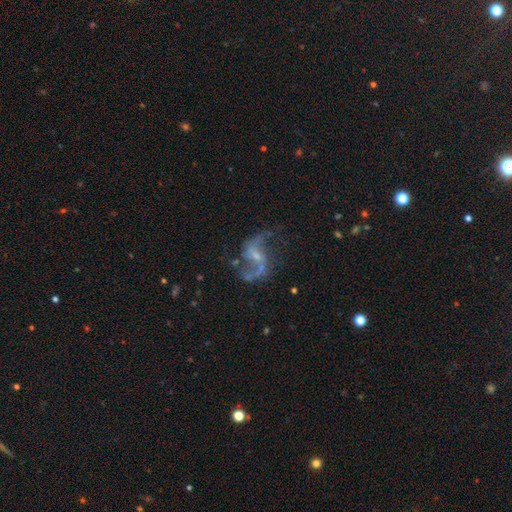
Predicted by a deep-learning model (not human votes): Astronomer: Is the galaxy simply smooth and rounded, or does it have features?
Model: featured or disk — 89%.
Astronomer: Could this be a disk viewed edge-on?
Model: no — 98%.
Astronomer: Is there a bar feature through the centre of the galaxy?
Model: weak — 50% (runner-up: no, 29%).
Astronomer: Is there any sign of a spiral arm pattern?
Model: yes — 95%.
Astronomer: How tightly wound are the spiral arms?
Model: loose — 75%.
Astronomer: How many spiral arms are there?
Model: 2 — 92%.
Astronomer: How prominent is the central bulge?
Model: small — 59%.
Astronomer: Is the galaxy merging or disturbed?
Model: none — 66%.